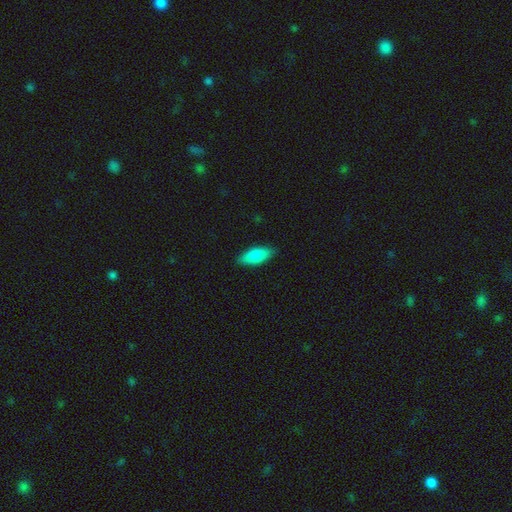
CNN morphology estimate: A smooth galaxy with no disk features (82%) that is in between round and cigar-shaped (79%). Merging: none (87%).